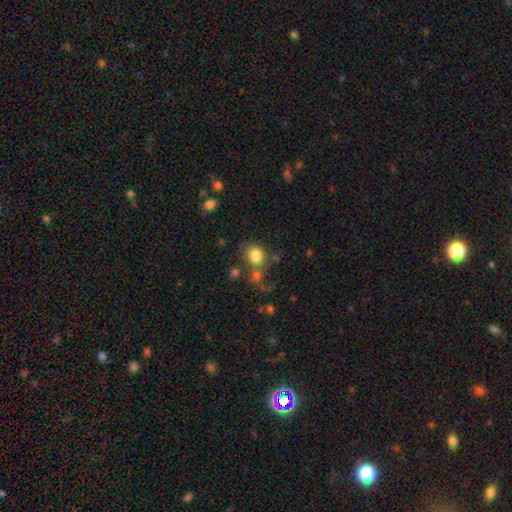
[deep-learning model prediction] Smooth or featured: smooth — 82% (star or artifact — 10%)
How rounded: round — 72% (in between — 27%)
Merging: none — 59% (merger — 19%)